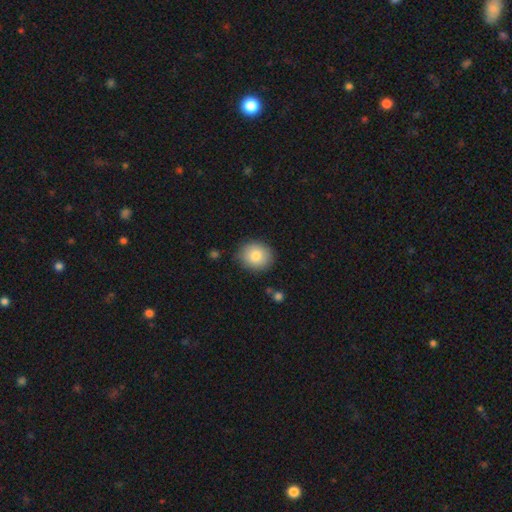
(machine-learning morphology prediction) Q: Smooth or featured?
A: smooth (83%); runner-up: featured or disk (9%)
Q: How rounded?
A: round (75%); runner-up: in between (24%)
Q: Merging?
A: none (85%); runner-up: minor disturbance (11%)